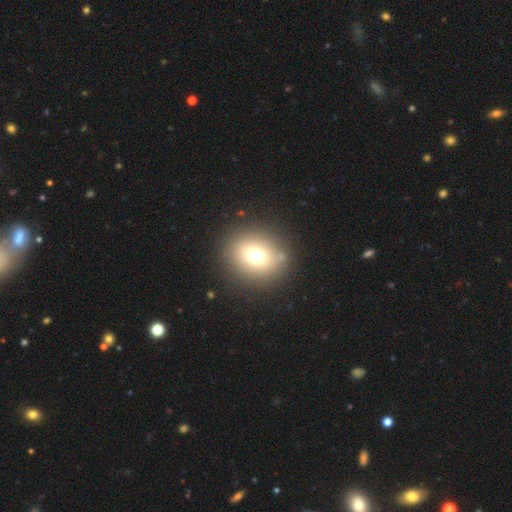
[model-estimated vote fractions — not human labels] Smooth or featured? smooth (71%)
How rounded? round (74%)
Merging? none (86%)